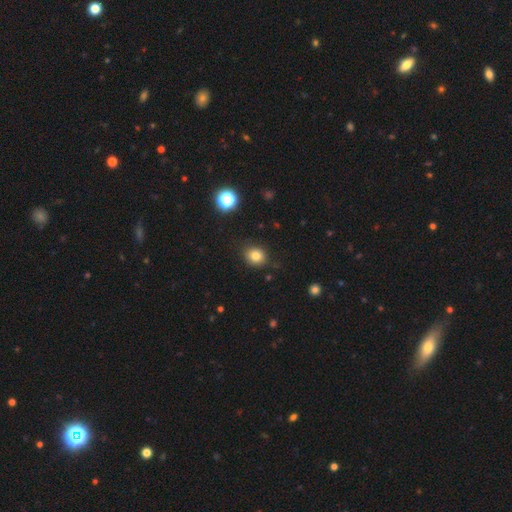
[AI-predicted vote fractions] This is clearly a smooth galaxy (80%). How rounded: likely round (68%). Merging: clearly none (84%).